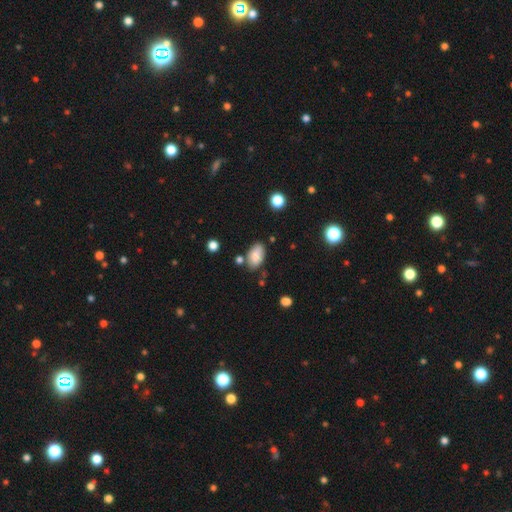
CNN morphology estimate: Q: Smooth or featured?
A: smooth (84%); runner-up: featured or disk (8%)
Q: How rounded?
A: in between (93%); runner-up: round (5%)
Q: Merging?
A: none (71%); runner-up: minor disturbance (18%)